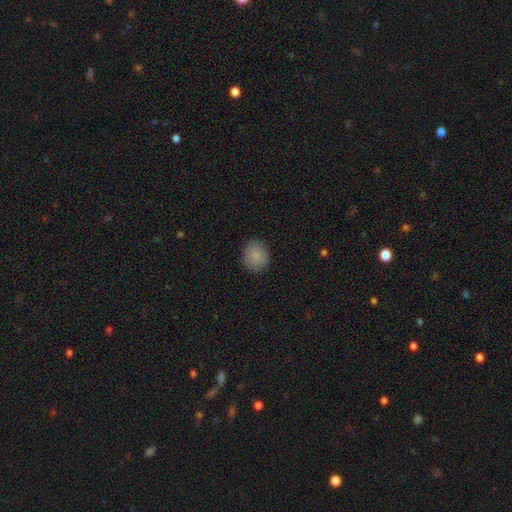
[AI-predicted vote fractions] A smooth galaxy with no disk features (86%) that is round (67%). Merging: none (88%).